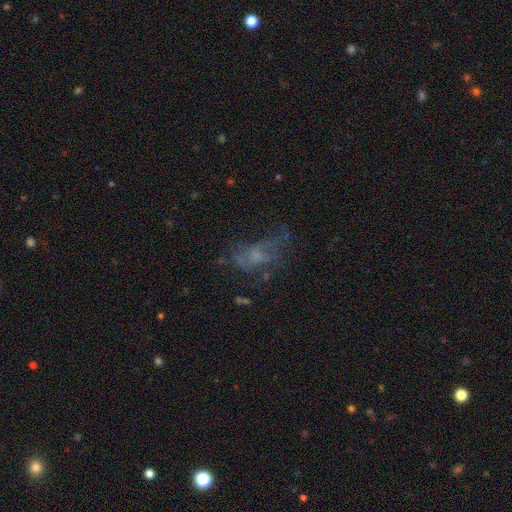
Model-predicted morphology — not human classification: smooth_or_featured: featured or disk (p=0.49) [alt: smooth p=0.28]
merging: none (p=0.40) [alt: major disturbance p=0.37]